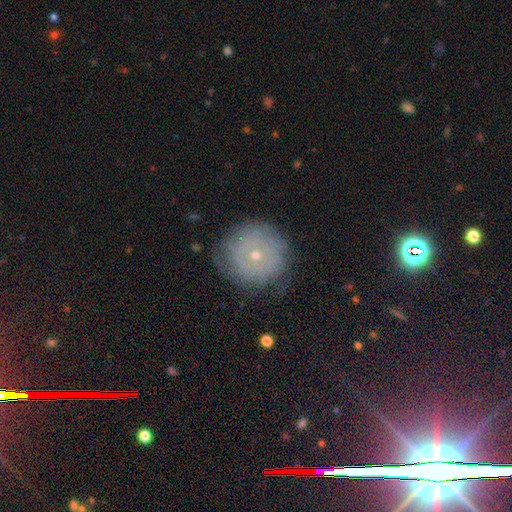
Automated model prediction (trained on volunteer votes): This appears to be a featured or disk galaxy (49%). Merging: none (76%).